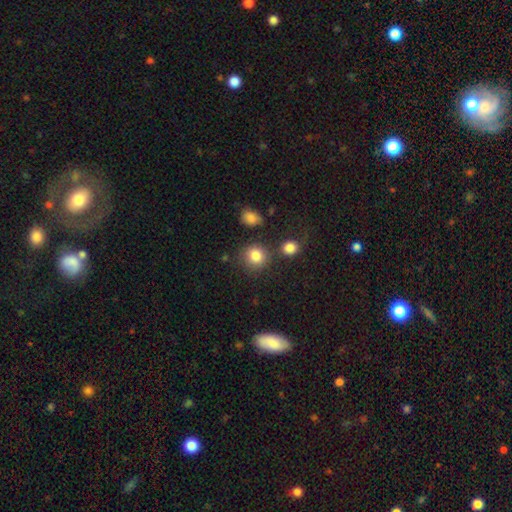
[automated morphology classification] Smooth or featured?
  - smooth: 83% *
  - star or artifact: 11%
  - featured or disk: 6%
How rounded?
  - round: 86% *
  - in between: 13%
  - cigar-shaped: 1%
Merging?
  - none: 75% *
  - minor disturbance: 11%
  - merger: 9%
  - major disturbance: 4%